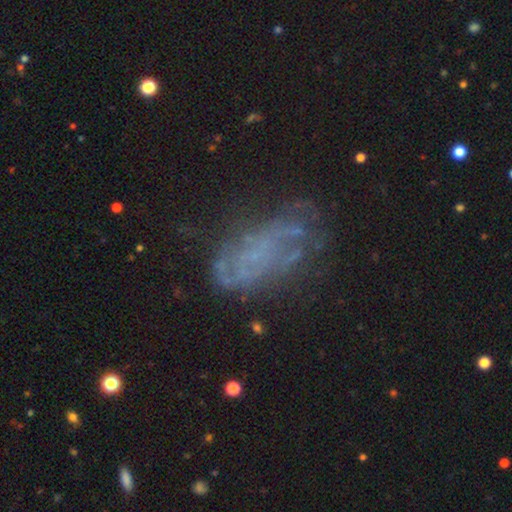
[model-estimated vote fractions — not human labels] A featured or disk galaxy (55%) with no bar (88%), no spiral arms (70%) and no central bulge (83%).

Vote fractions:
- Smooth or featured? featured or disk: 55% / smooth: 25% / star or artifact: 20%
- Edge-on disk? no: 94% / yes: 6%
- Bar? no: 88% / weak: 9% / strong: 3%
- Spiral arms? no: 70% / yes: 30%
- Bulge size? none: 83% / small: 10% / moderate: 4% / large: 2% / dominant: 1%
- Merging? none: 58% / minor disturbance: 20% / major disturbance: 19% / merger: 3%